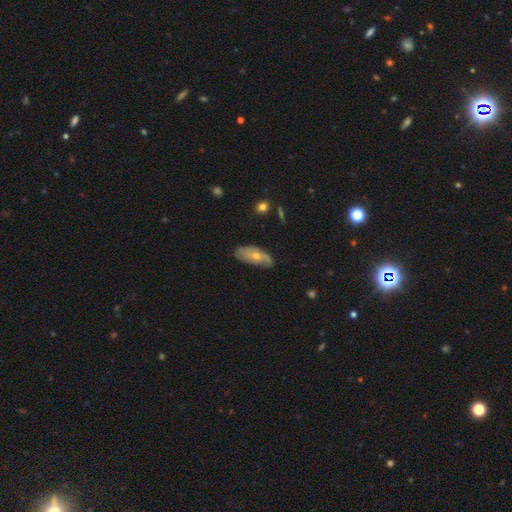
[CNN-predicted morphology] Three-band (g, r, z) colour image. It shows a smooth galaxy with no disk features (48%). Merging: none (57%).